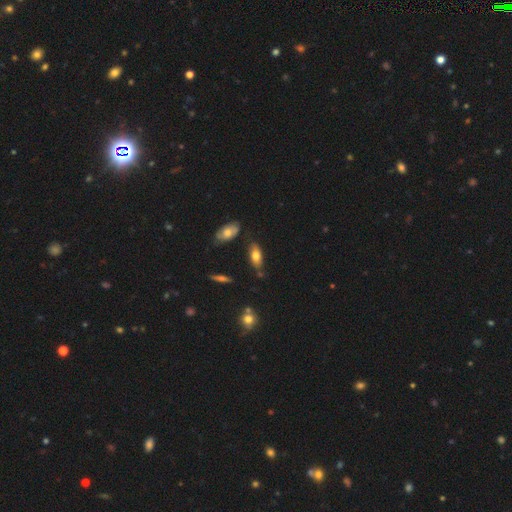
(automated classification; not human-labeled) Smooth or featured? smooth (72%)
How rounded? in between (83%)
Merging? none (73%)